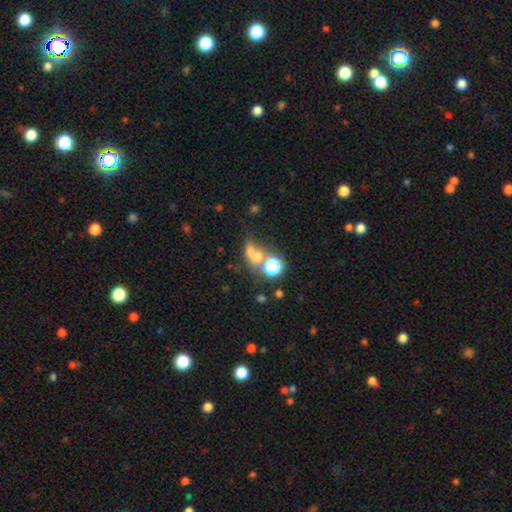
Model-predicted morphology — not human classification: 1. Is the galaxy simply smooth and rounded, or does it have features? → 51% smooth, 30% star or artifact, 19% featured or disk.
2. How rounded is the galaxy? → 55% round, 40% in between, 5% cigar-shaped.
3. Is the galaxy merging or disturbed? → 38% merger, 33% none, 15% major disturbance, 13% minor disturbance.